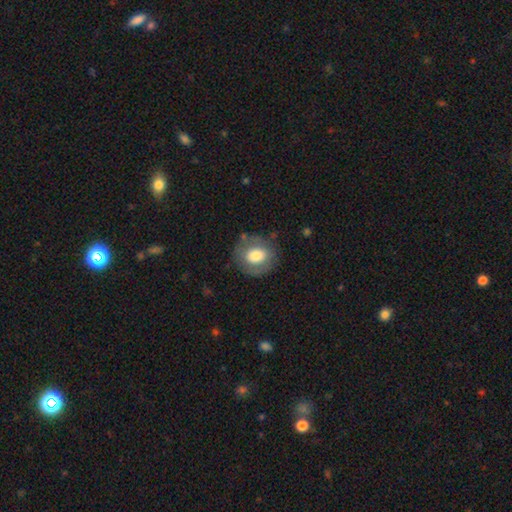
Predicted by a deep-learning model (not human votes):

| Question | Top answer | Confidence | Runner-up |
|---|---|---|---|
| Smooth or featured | smooth | 67% | featured or disk (26%) |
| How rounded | round | 71% | in between (28%) |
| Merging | none | 75% | minor disturbance (16%) |